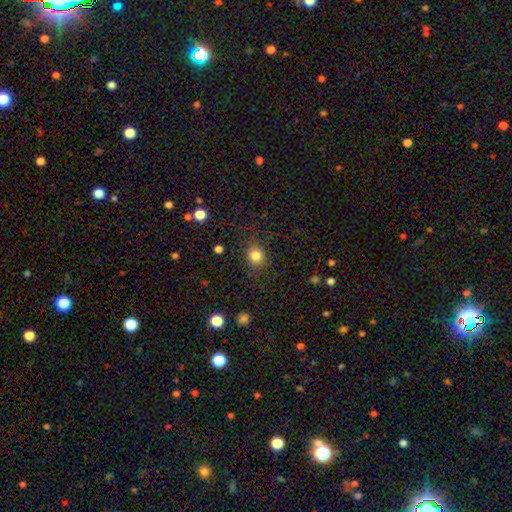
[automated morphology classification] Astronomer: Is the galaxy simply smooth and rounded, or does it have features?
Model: smooth — 82%.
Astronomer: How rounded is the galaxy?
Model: round — 73%.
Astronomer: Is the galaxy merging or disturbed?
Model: none — 82%.